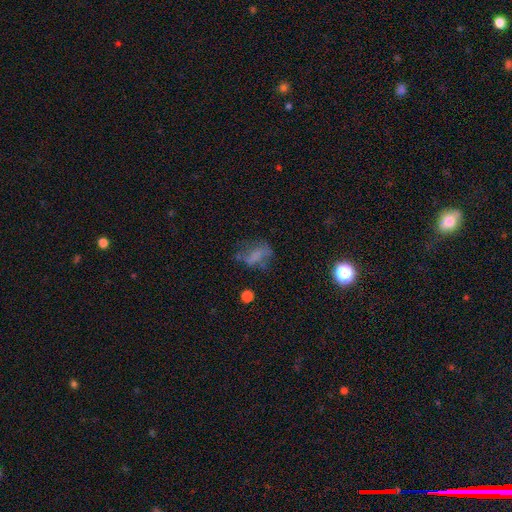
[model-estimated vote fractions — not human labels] Smooth or featured? Predicted: smooth (p=0.52). How rounded? Predicted: in between (p=0.77). Merging? Predicted: none (p=0.42).